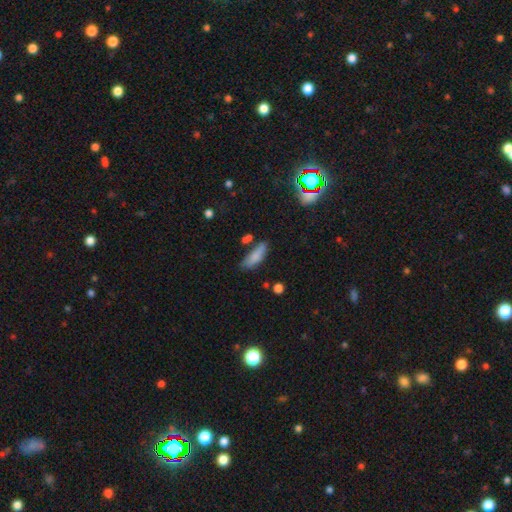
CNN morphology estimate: The model was most divided on "how rounded": in between: 54%, cigar-shaped: 43%, round: 3%. More confident: smooth or featured — smooth (78%); merging — none (53%).